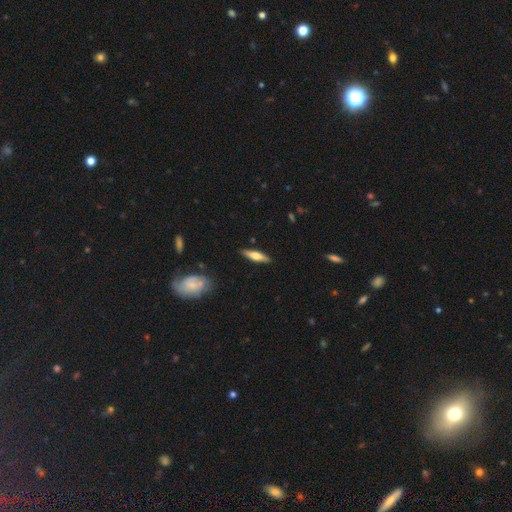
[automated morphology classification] This appears to be a smooth galaxy with no disk features (57%) that is cigar-shaped (69%). Merging: none (88%).